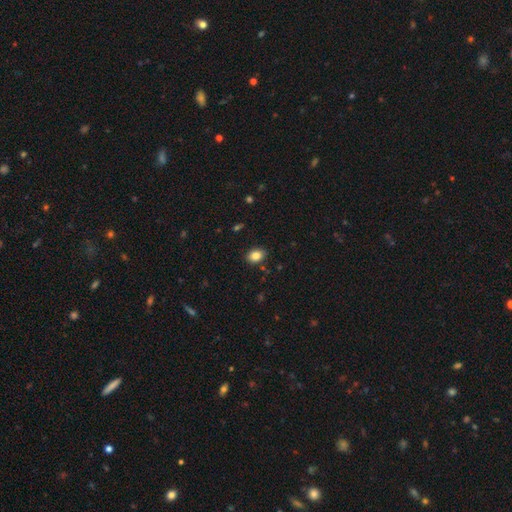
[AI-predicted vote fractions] The model was most divided on "how rounded": in between: 74%, round: 25%, cigar-shaped: 1%. More confident: merging — none (87%); smooth or featured — smooth (84%).